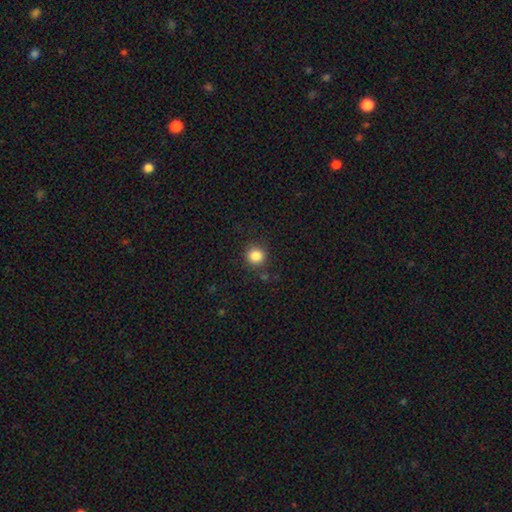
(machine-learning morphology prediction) smooth_or_featured: smooth (p=0.85) [alt: star or artifact p=0.11]
how_rounded: round (p=0.89) [alt: in between p=0.10]
merging: none (p=0.84) [alt: minor disturbance p=0.10]